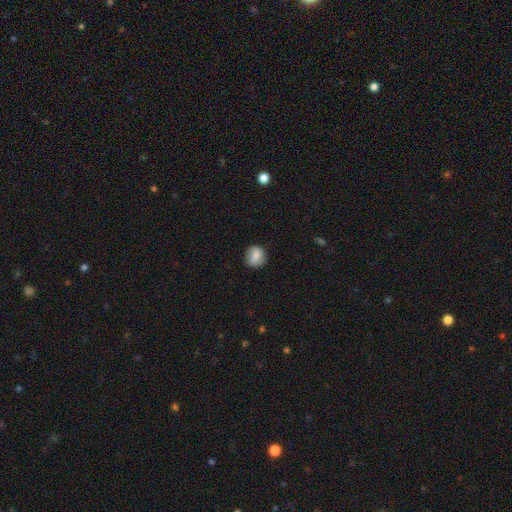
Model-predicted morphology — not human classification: Q: Smooth or featured?
A: smooth (78%); runner-up: featured or disk (14%)
Q: How rounded?
A: round (83%); runner-up: in between (16%)
Q: Merging?
A: none (83%); runner-up: minor disturbance (13%)